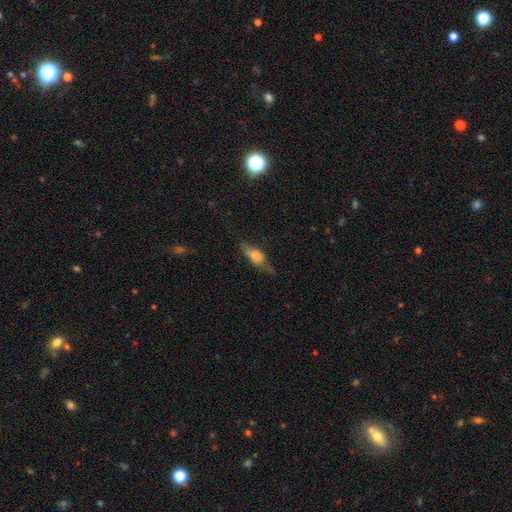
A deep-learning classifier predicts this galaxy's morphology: Smooth or featured? Predicted: smooth (p=0.49). Merging? Predicted: none (p=0.61).